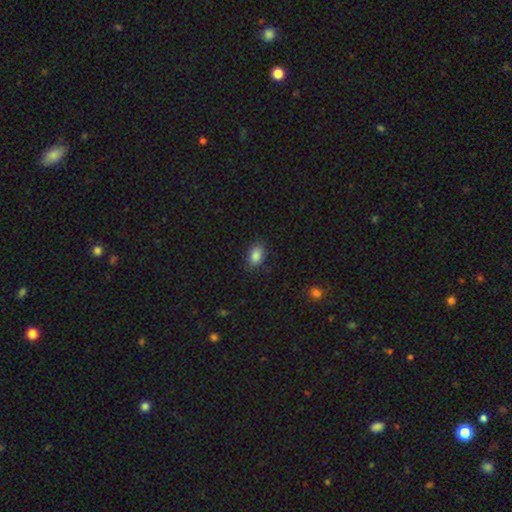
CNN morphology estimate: This appears to be a smooth galaxy with no disk features (86%) that is in between round and cigar-shaped (83%). Merging: none (83%).